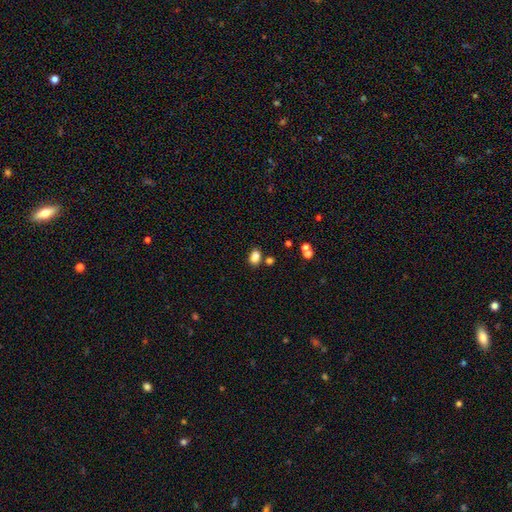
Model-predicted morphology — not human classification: Overall: smooth (83%). How rounded: in between (78%). Merging: none (70%).